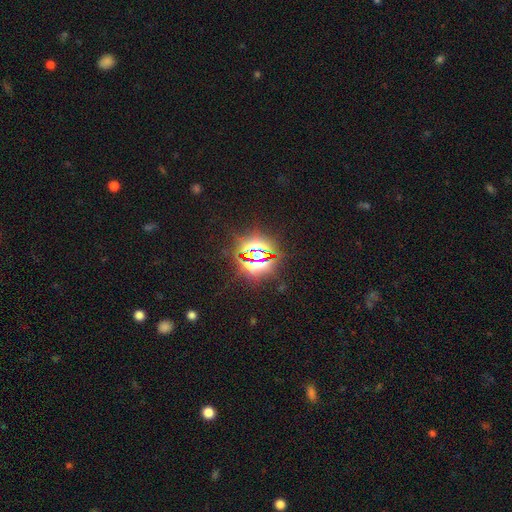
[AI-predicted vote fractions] smooth_or_featured: star or artifact (p=0.81) [alt: smooth p=0.11]